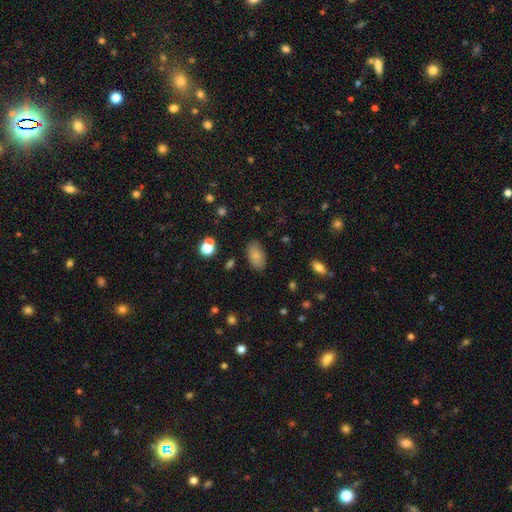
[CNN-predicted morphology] Overall: smooth (84%). How rounded: in between (94%). Merging: none (84%).